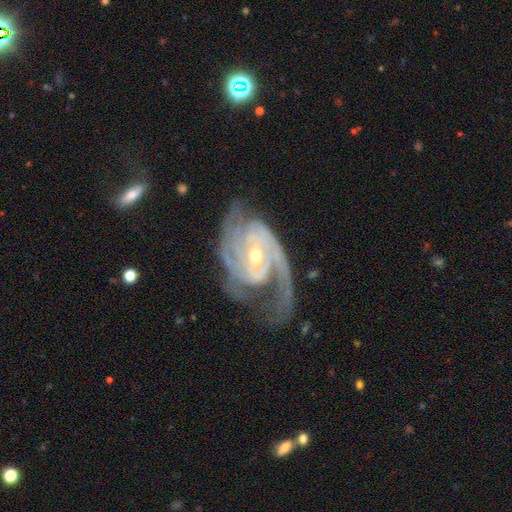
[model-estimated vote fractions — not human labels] This is clearly a featured or disk galaxy (91%). It is clearly not viewed edge-on (97%). Bar: marginally no (41%). Spiral arm pattern: clearly yes (97%). Spiral arm count: possibly 2 (47%). Spiral winding: possibly tight (46%). Central bulge: possibly moderate (49%). Merging: possibly none (54%).